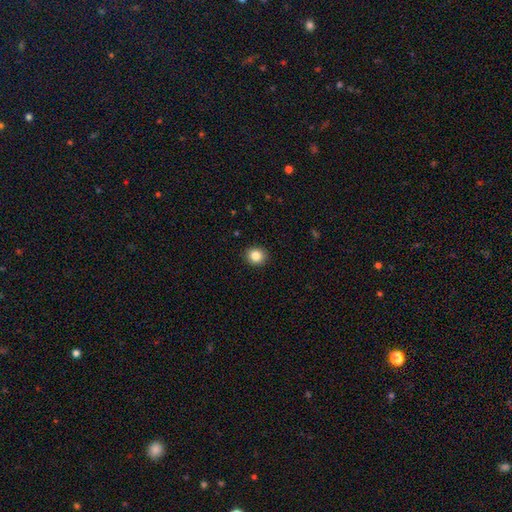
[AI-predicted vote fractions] smooth-or-featured: smooth: 85% | star or artifact: 10% | featured or disk: 5%
  how-rounded: round: 84% | in between: 15% | cigar-shaped: 1%
  merging: none: 92% | minor disturbance: 6% | major disturbance: 2% | merger: 1%